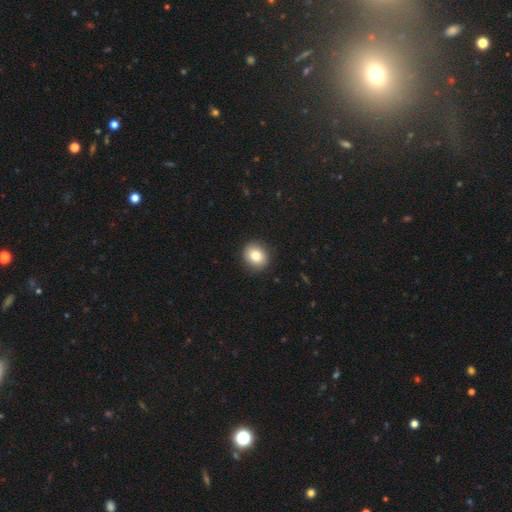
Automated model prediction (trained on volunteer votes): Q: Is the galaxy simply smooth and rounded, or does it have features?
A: smooth — 82%.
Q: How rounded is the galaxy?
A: round — 76%.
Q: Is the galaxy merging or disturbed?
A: none — 89%.